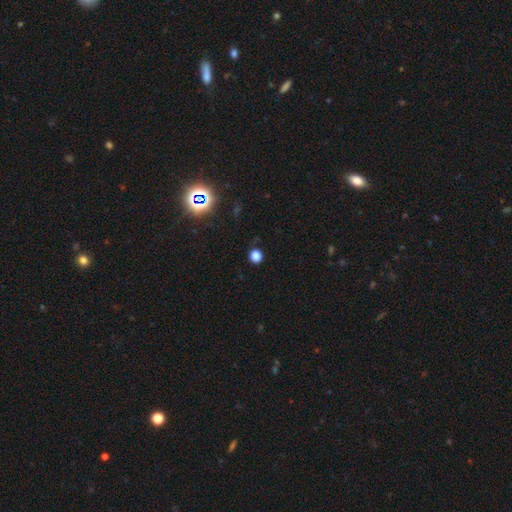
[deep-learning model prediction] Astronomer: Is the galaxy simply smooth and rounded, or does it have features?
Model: smooth — 79%.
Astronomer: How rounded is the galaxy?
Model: round — 87%.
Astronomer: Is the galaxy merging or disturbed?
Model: none — 89%.